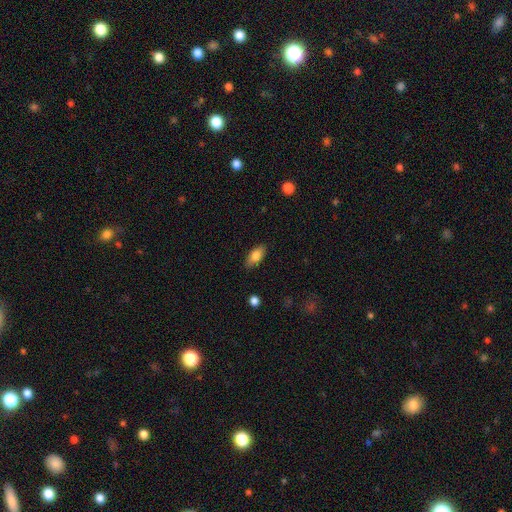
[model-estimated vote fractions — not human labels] Smooth or featured?
  - smooth: 80% *
  - featured or disk: 13%
  - star or artifact: 7%
How rounded?
  - in between: 87% *
  - cigar-shaped: 9%
  - round: 3%
Merging?
  - none: 86% *
  - minor disturbance: 10%
  - major disturbance: 2%
  - merger: 1%